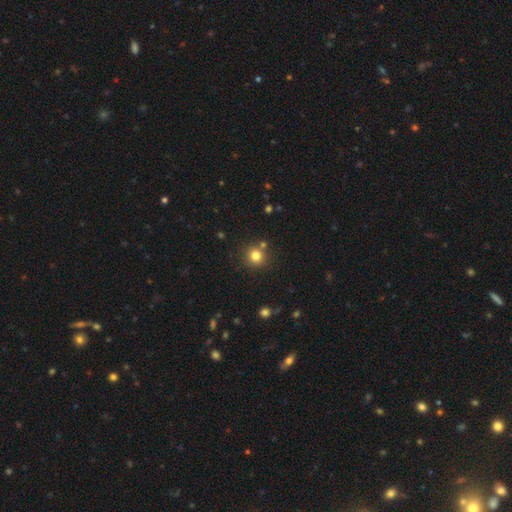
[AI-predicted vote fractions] Smooth or featured: smooth — 80% (star or artifact — 13%)
How rounded: round — 92% (in between — 8%)
Merging: none — 81% (merger — 9%)